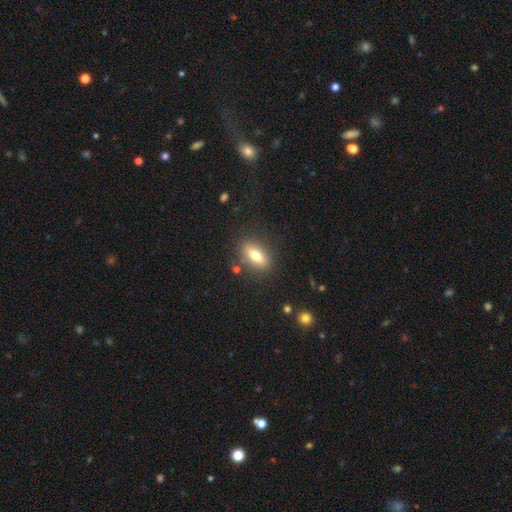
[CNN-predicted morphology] Smooth or featured?
  - smooth: 71% *
  - featured or disk: 20%
  - star or artifact: 9%
How rounded?
  - in between: 79% *
  - cigar-shaped: 13%
  - round: 8%
Merging?
  - none: 82% *
  - minor disturbance: 11%
  - major disturbance: 4%
  - merger: 3%